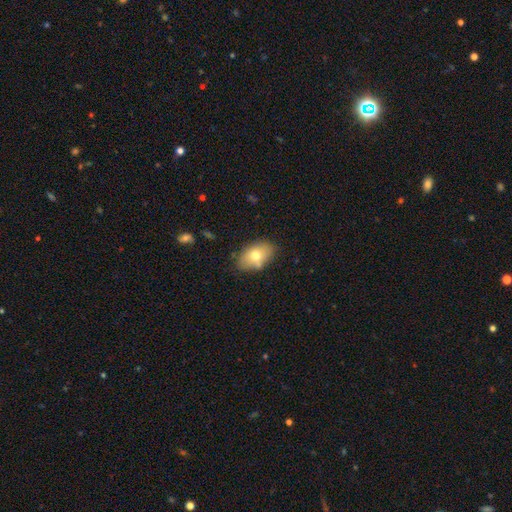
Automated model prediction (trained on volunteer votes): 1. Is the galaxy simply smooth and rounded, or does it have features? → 73% smooth, 19% featured or disk, 8% star or artifact.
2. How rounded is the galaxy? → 88% in between, 11% round, 2% cigar-shaped.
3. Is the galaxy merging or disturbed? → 75% none, 17% minor disturbance, 4% merger, 4% major disturbance.